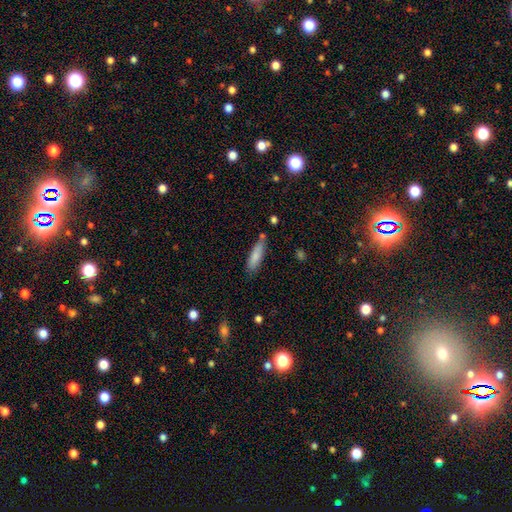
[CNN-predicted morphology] Smooth or featured: smooth — 81% (featured or disk — 13%)
How rounded: cigar-shaped — 67% (in between — 32%)
Merging: none — 67% (minor disturbance — 21%)